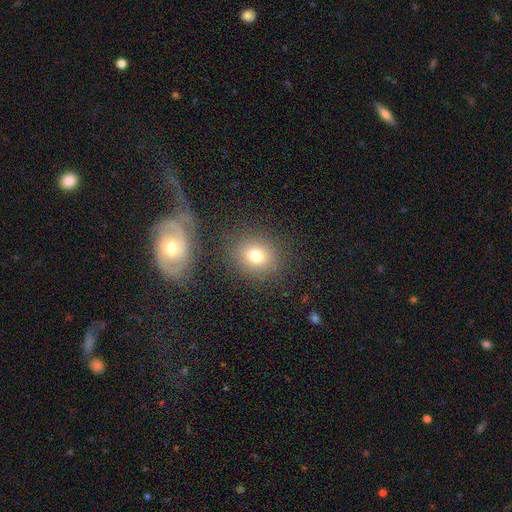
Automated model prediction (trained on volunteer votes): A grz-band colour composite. It shows a smooth galaxy with no disk features (76%) that is round (75%). Merging: none (84%).